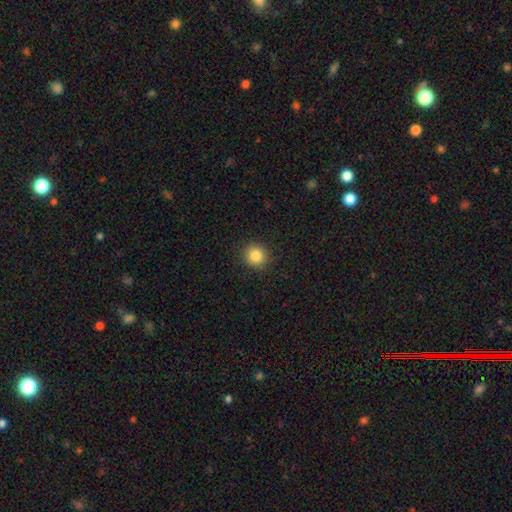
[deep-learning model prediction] The model was most divided on "smooth or featured": smooth: 85%, star or artifact: 10%, featured or disk: 5%. More confident: merging — none (91%); how rounded — round (89%).